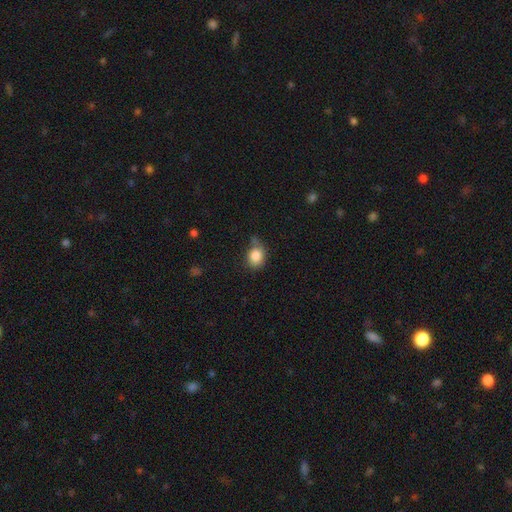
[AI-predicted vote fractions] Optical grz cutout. It shows a smooth galaxy with no disk features (84%) that is round (58%). Merging: none (56%).